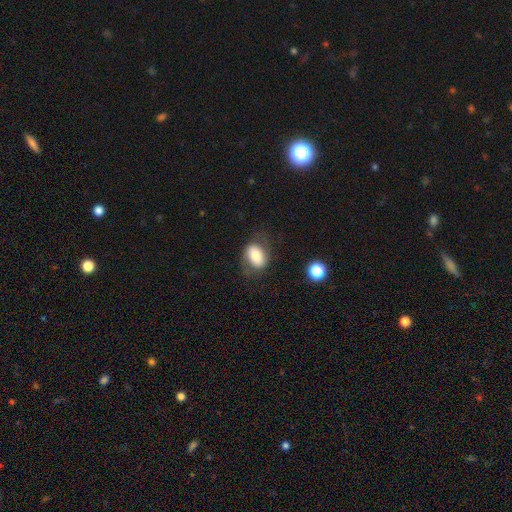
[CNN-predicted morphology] type=smooth (71%); roundness=in between (80%); merging=none (64%).